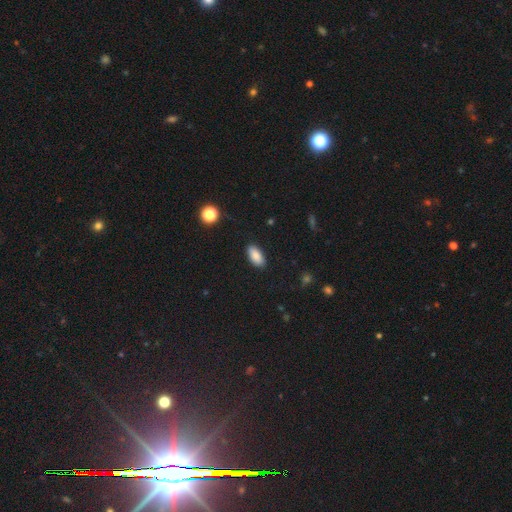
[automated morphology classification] A smooth galaxy with no disk features (87%) that is in between round and cigar-shaped (92%). Merging: none (89%).